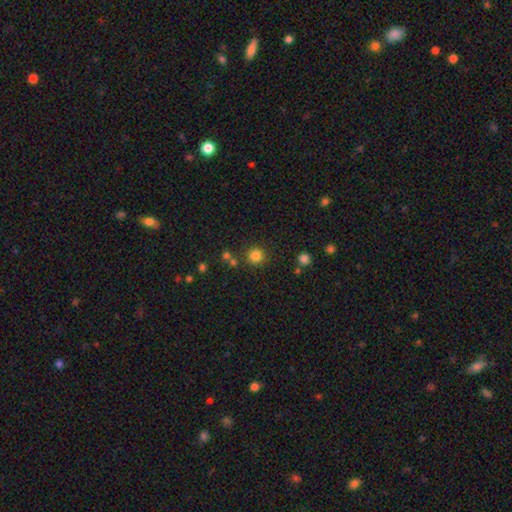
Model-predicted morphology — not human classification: Q: Smooth or featured?
A: smooth (82%); runner-up: star or artifact (13%)
Q: How rounded?
A: round (94%); runner-up: in between (5%)
Q: Merging?
A: none (85%); runner-up: minor disturbance (7%)